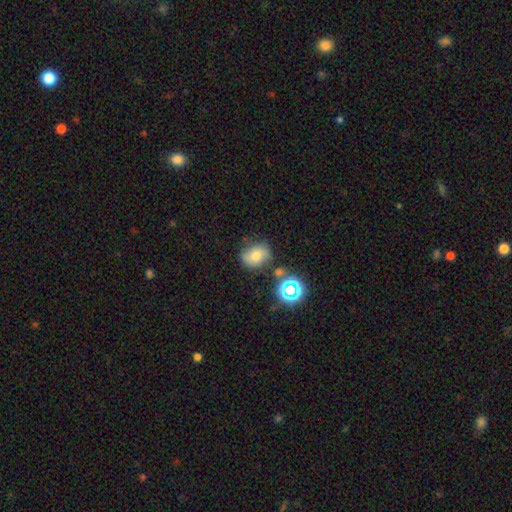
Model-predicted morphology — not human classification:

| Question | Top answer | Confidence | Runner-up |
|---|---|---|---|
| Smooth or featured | smooth | 63% | featured or disk (19%) |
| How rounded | round | 53% | in between (45%) |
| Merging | none | 69% | minor disturbance (17%) |